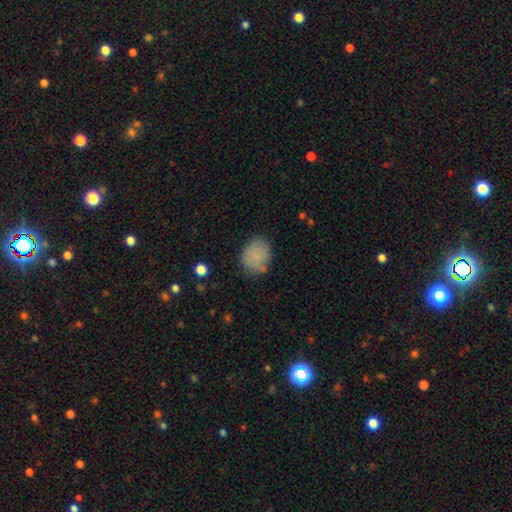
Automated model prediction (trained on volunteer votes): A smooth galaxy with no disk features (81%) that is round (53%). Merging: none (68%).